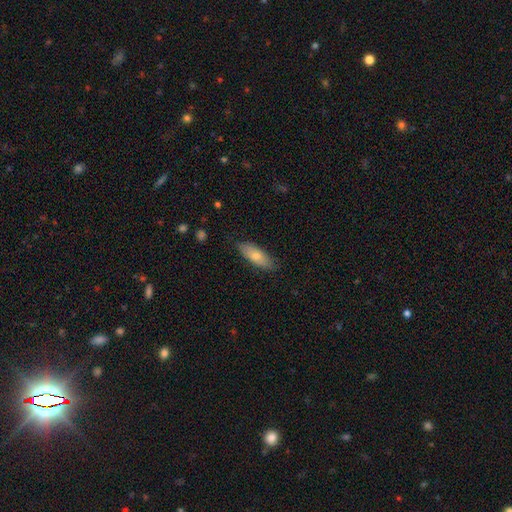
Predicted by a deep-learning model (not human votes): A smooth galaxy with no disk features (69%) that is in between round and cigar-shaped (67%). Merging: none (85%).